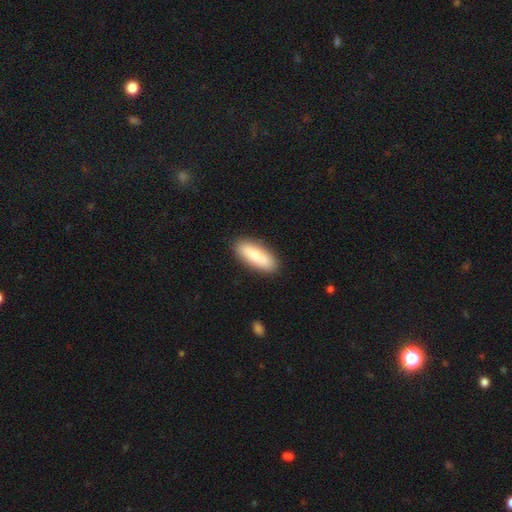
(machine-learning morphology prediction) Smooth or featured: smooth — 83% (featured or disk — 11%)
How rounded: in between — 64% (cigar-shaped — 34%)
Merging: none — 88% (minor disturbance — 8%)